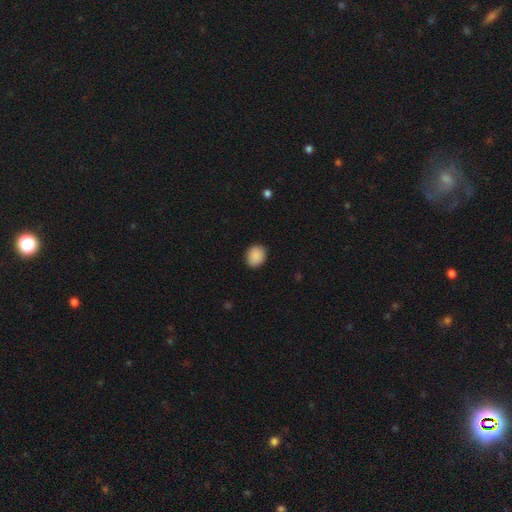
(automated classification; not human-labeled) A smooth galaxy with no disk features (90%) that is round (63%). Merging: none (89%).